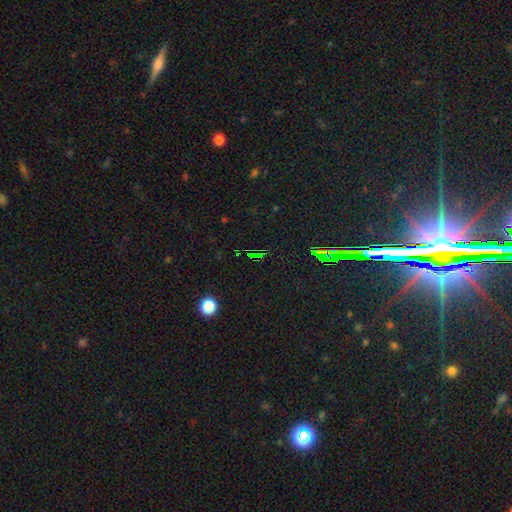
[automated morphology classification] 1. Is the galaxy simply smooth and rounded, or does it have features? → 78% star or artifact, 14% smooth, 9% featured or disk.